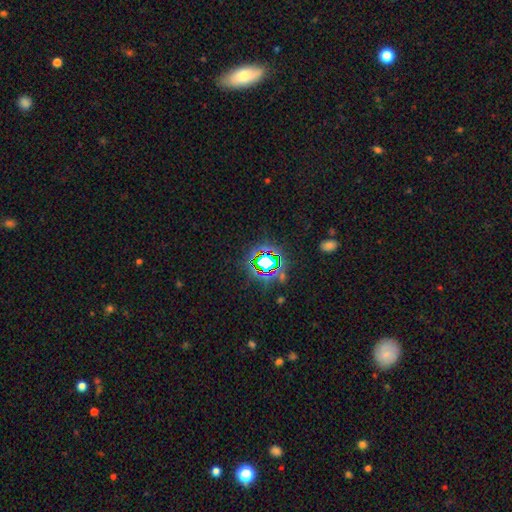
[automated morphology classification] smooth_or_featured: star or artifact (p=0.73) [alt: smooth p=0.17]